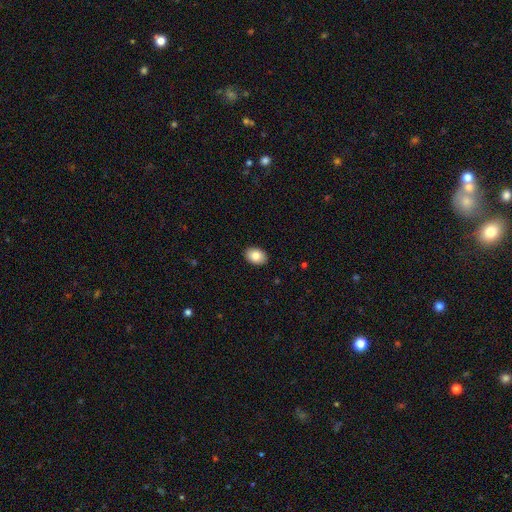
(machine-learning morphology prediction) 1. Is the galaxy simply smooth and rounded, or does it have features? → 84% smooth, 9% featured or disk, 7% star or artifact.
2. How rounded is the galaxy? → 80% in between, 19% round, 1% cigar-shaped.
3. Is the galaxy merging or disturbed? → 90% none, 7% minor disturbance, 2% major disturbance, 1% merger.